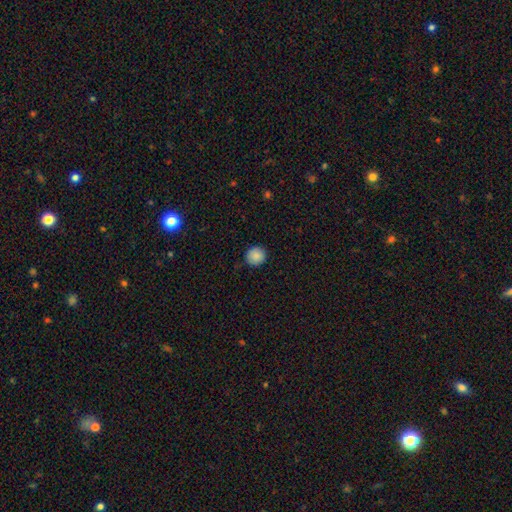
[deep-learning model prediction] Morphology: type=smooth (87%); roundness=round (92%); merging=none (87%).